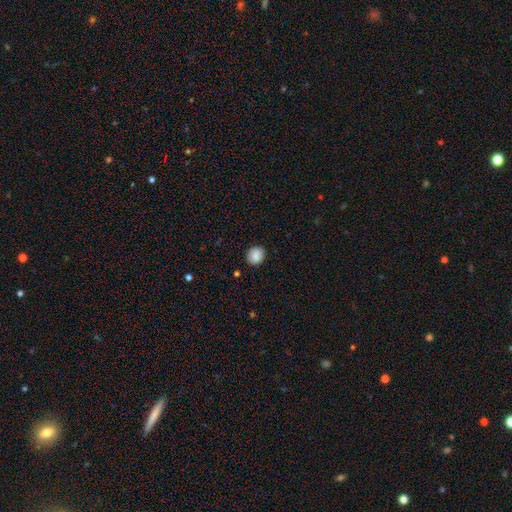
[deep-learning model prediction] A smooth galaxy with no disk features (87%) that is round (76%). Merging: none (90%).